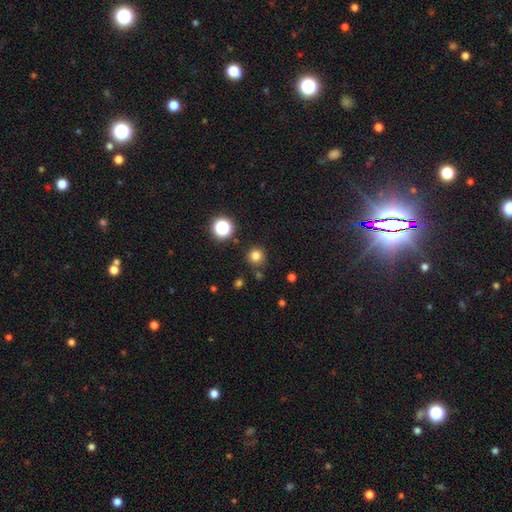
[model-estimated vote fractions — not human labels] Smooth or featured: smooth — 79% (star or artifact — 16%)
How rounded: round — 95% (in between — 4%)
Merging: none — 85% (minor disturbance — 8%)